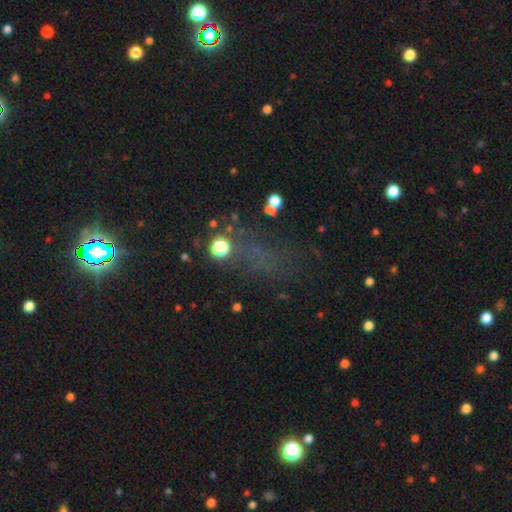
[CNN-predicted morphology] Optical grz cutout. It shows a star or artifact, not a galaxy (59%).